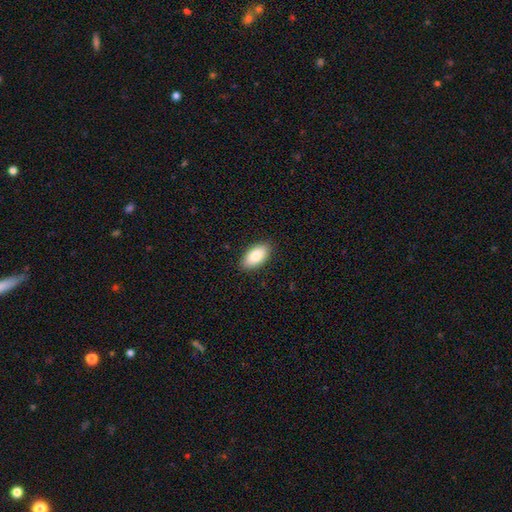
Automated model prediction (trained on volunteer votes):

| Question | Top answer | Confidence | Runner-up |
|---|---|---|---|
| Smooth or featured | smooth | 85% | featured or disk (9%) |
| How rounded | in between | 94% | cigar-shaped (3%) |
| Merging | none | 88% | minor disturbance (9%) |